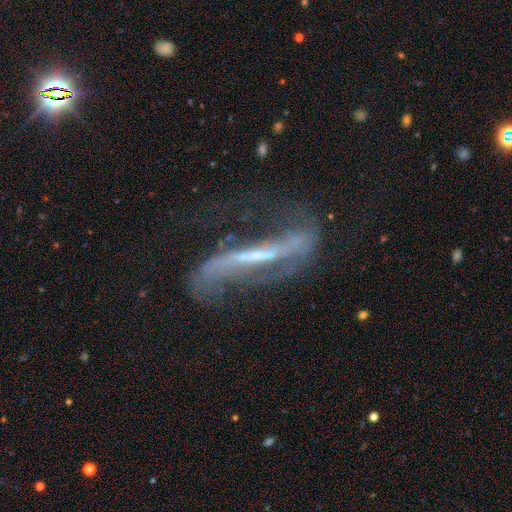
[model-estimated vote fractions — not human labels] Smooth or featured?
  - featured or disk: 81% *
  - smooth: 11%
  - star or artifact: 9%
Edge-on disk?
  - no: 78% *
  - yes: 22%
Bar?
  - strong: 60% *
  - weak: 22%
  - no: 17%
Spiral arms?
  - yes: 74% *
  - no: 26%
Bulge size?
  - small: 50% *
  - none: 25%
  - moderate: 20%
  - large: 3%
  - dominant: 2%
Merging?
  - none: 38% *
  - major disturbance: 36%
  - minor disturbance: 16%
  - merger: 10%